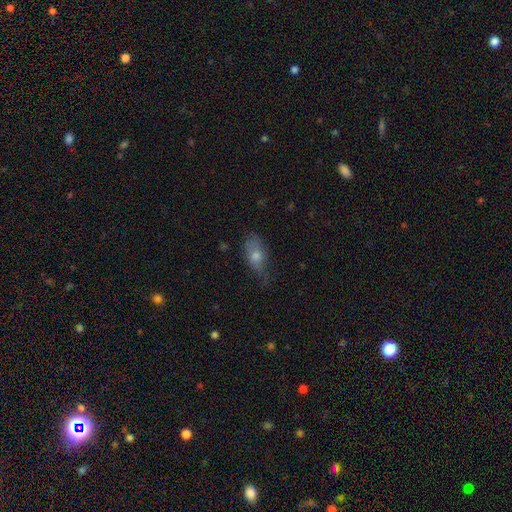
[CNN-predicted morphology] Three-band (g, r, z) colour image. It shows a smooth galaxy with no disk features (63%) that is in between round and cigar-shaped (77%). Merging: none (52%).